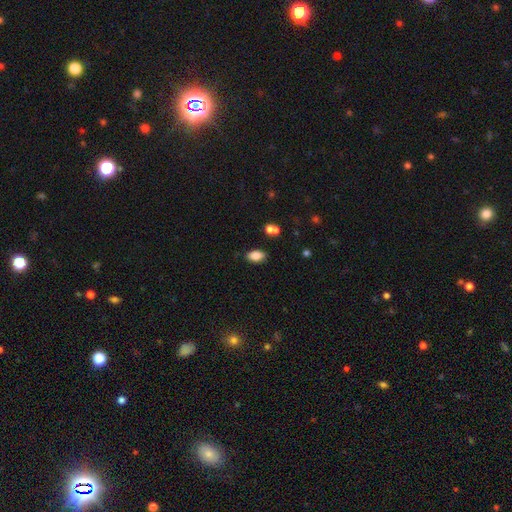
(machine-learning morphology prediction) smooth 83%, star or artifact 9%, featured or disk 8%. Down the decision tree: how rounded — in between (91%); merging — none (83%).